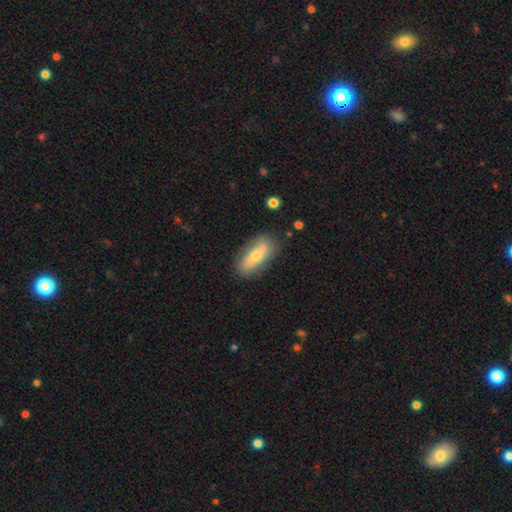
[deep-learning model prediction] This is possibly a smooth galaxy (53%). How rounded: likely in between (72%). Merging: likely none (79%).